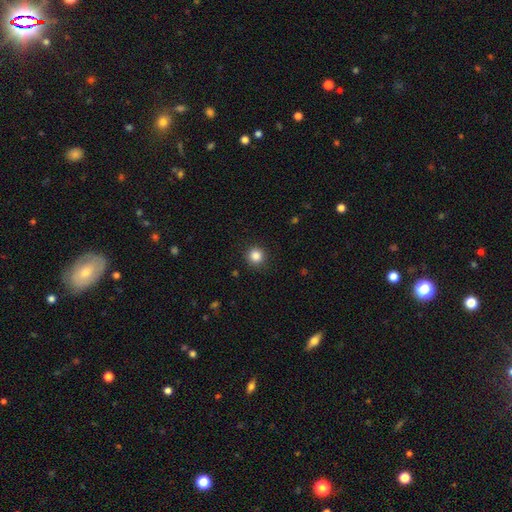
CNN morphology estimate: This appears to be a smooth galaxy with no disk features (86%) that is round (95%). Merging: none (91%).